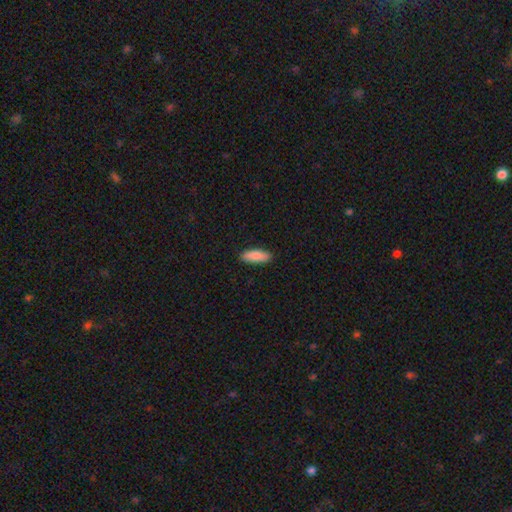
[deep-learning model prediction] Overall: smooth (87%). How rounded: in between (65%; cigar-shaped 33%). Merging: none (90%).